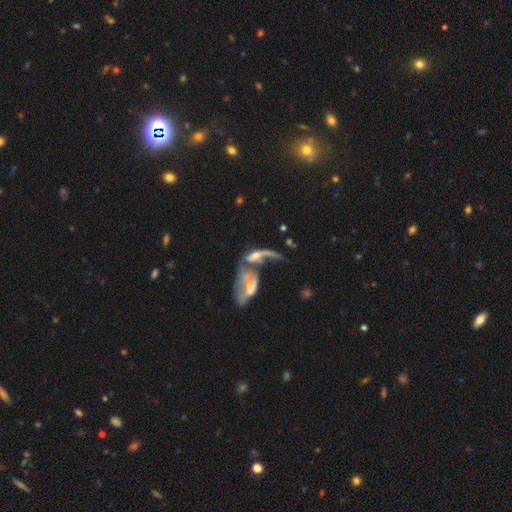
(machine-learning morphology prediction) This appears to be a featured or disk galaxy (61%). Merging: merger (68%).